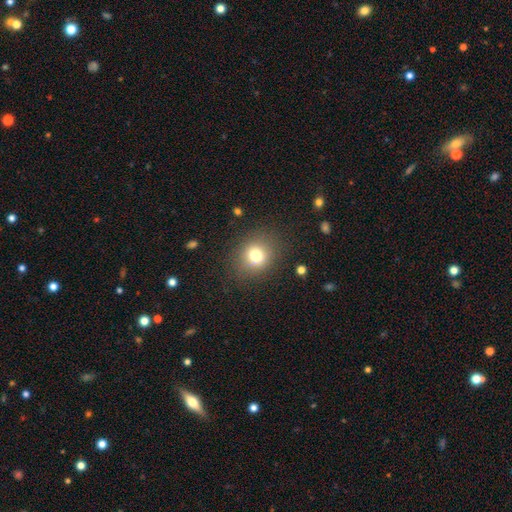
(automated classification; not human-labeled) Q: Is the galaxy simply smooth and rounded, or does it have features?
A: smooth — 76%.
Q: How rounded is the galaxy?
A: round — 75%.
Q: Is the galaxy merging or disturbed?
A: none — 84%.